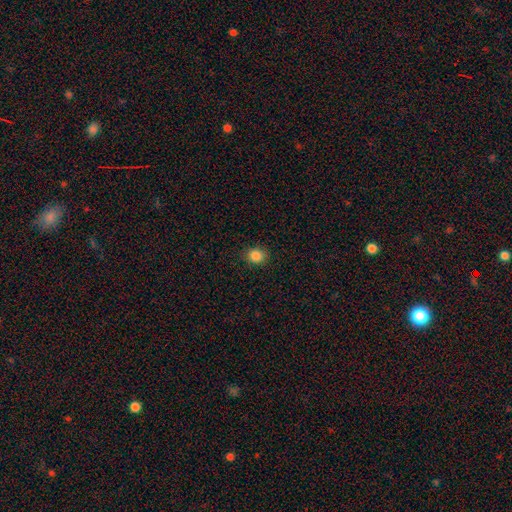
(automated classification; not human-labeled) This is clearly a smooth galaxy (85%). How rounded: likely round (69%). Merging: clearly none (88%).